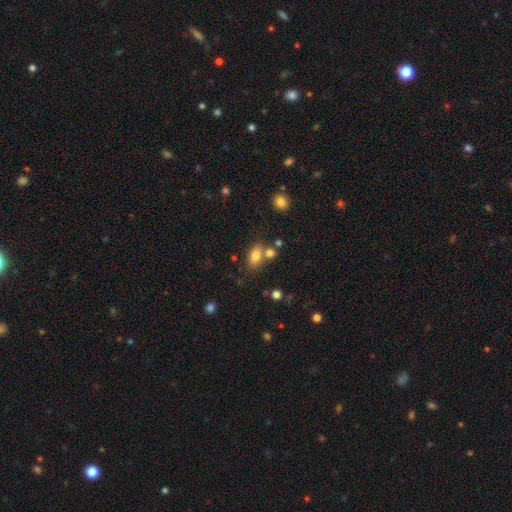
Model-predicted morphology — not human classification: smooth_or_featured: smooth (p=0.80) [alt: featured or disk p=0.10]
how_rounded: in between (p=0.86) [alt: round p=0.11]
merging: none (p=0.61) [alt: merger p=0.23]